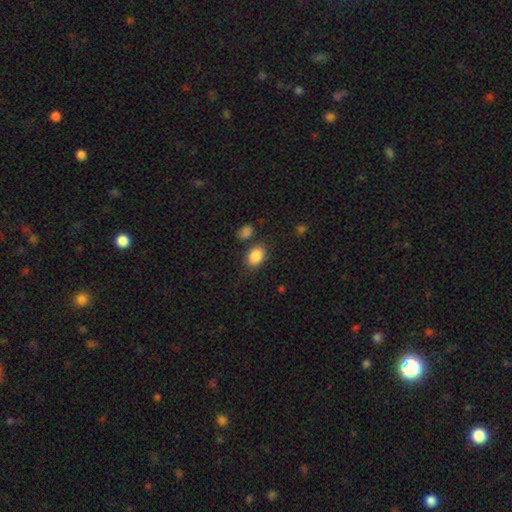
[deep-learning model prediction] smooth-or-featured: smooth: 87% | star or artifact: 8% | featured or disk: 5%
  how-rounded: in between: 73% | round: 25% | cigar-shaped: 1%
  merging: none: 74% | minor disturbance: 14% | merger: 7% | major disturbance: 5%